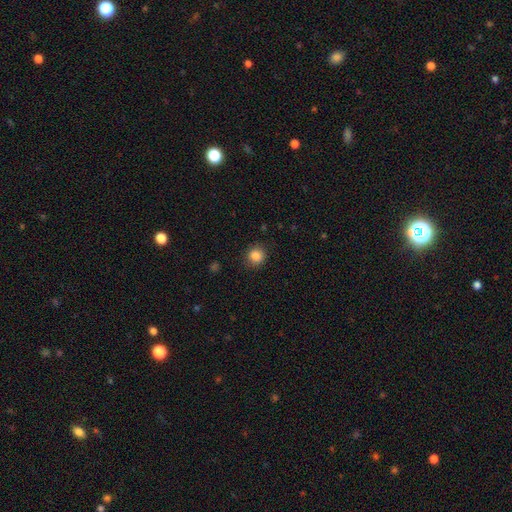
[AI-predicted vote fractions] Q: Smooth or featured?
A: smooth (85%); runner-up: star or artifact (11%)
Q: How rounded?
A: round (89%); runner-up: in between (10%)
Q: Merging?
A: none (89%); runner-up: minor disturbance (8%)